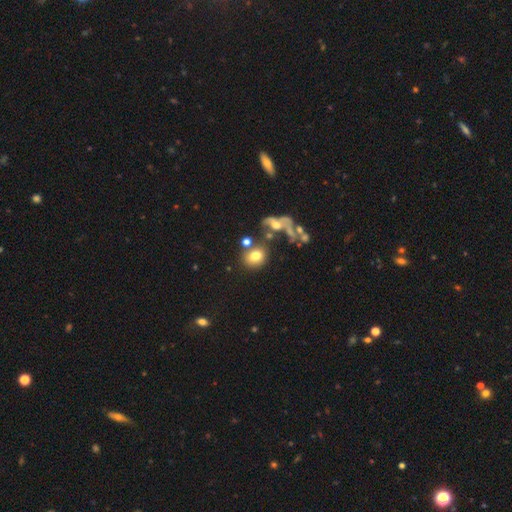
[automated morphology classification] This appears to be a smooth galaxy with no disk features (70%) that is round (57%). Merging: none (50%).